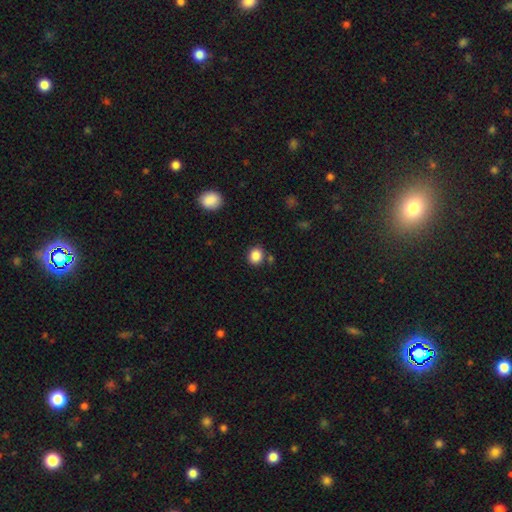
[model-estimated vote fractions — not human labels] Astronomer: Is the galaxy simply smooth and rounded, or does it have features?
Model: smooth — 87%.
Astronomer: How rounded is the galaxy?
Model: round — 72%.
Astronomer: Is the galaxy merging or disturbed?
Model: none — 81%.